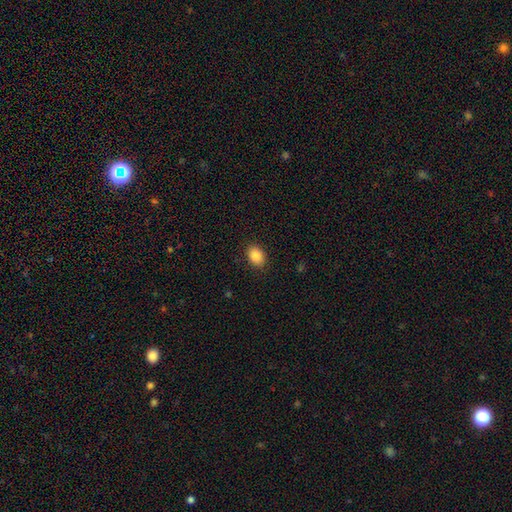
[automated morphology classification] smooth 87%, star or artifact 8%, featured or disk 4%. Down the decision tree: how rounded — in between (74%); merging — none (88%).